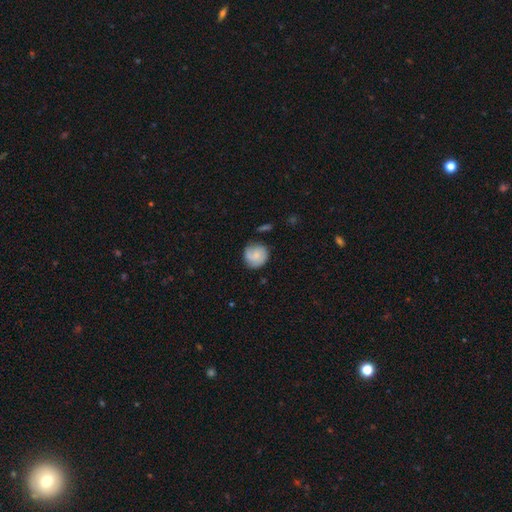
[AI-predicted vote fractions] This is likely a smooth galaxy (60%). How rounded: clearly round (88%). Merging: likely none (71%).